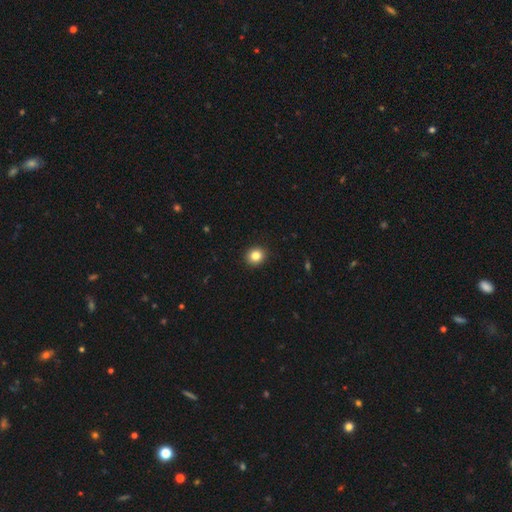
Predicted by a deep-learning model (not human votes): A smooth galaxy with no disk features (84%) that is round (85%). Merging: none (92%).